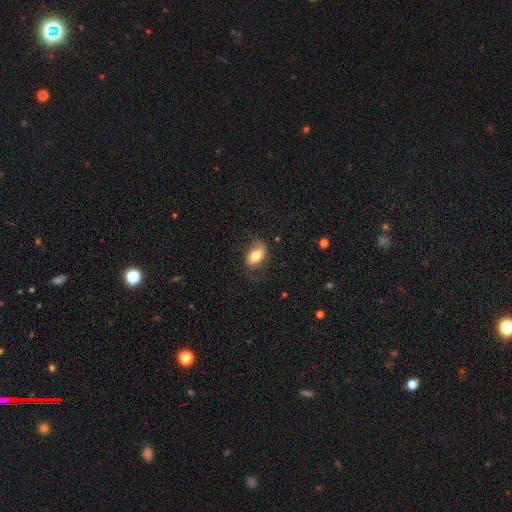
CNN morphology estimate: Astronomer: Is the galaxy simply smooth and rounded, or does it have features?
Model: smooth — 64%.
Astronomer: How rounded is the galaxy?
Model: in between — 88%.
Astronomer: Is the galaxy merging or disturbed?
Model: none — 68%.